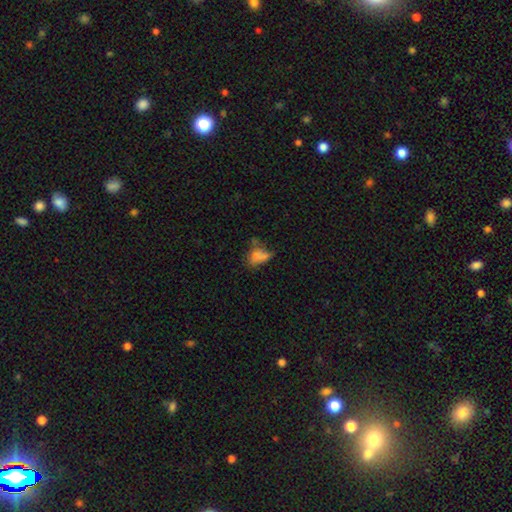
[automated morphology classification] A smooth galaxy with no disk features (64%) that is in between round and cigar-shaped (81%).

Vote fractions:
- Smooth or featured? smooth: 64% / star or artifact: 18% / featured or disk: 18%
- How rounded? in between: 81% / round: 12% / cigar-shaped: 7%
- Merging? none: 36% / minor disturbance: 24% / major disturbance: 21% / merger: 19%